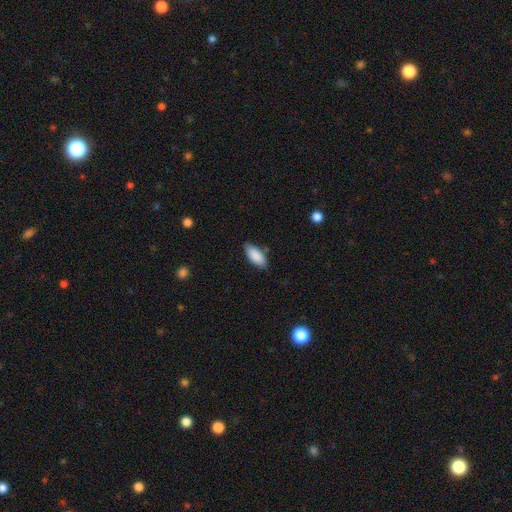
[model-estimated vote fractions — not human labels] smooth 89%, star or artifact 6%, featured or disk 5%. Down the decision tree: how rounded — in between (87%); merging — none (81%).